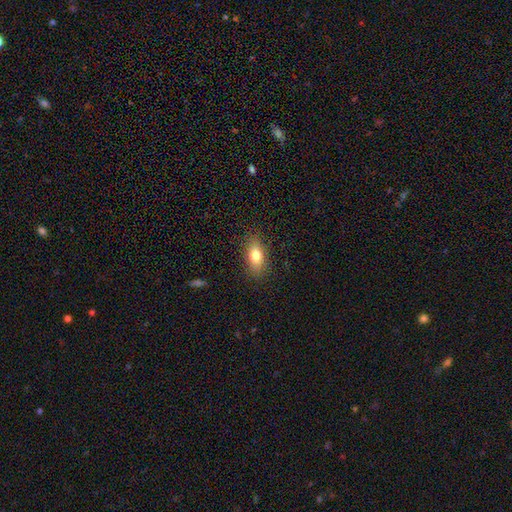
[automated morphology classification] smooth_or_featured: smooth (p=0.78) [alt: featured or disk p=0.14]
how_rounded: in between (p=0.82) [alt: cigar-shaped p=0.11]
merging: none (p=0.87) [alt: minor disturbance p=0.10]